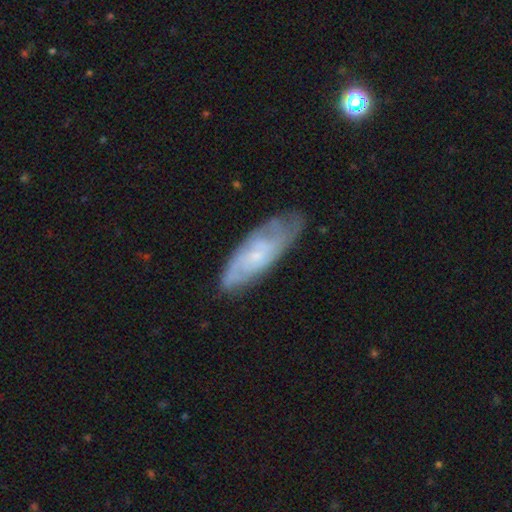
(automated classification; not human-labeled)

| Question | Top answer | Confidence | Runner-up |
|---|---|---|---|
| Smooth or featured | featured or disk | 67% | smooth (27%) |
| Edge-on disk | no | 84% | yes (16%) |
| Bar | no | 70% | weak (26%) |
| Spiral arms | yes | 87% | no (13%) |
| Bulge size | small | 72% | moderate (18%) |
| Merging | none | 69% | minor disturbance (23%) |